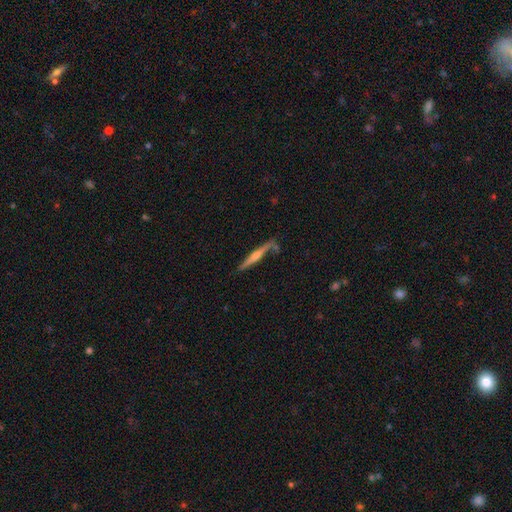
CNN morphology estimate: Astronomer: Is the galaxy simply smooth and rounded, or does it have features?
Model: featured or disk — 72%.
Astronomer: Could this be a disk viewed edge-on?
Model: yes — 94%.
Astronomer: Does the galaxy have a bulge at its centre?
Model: rounded — 74%.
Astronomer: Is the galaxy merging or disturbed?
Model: none — 70%.